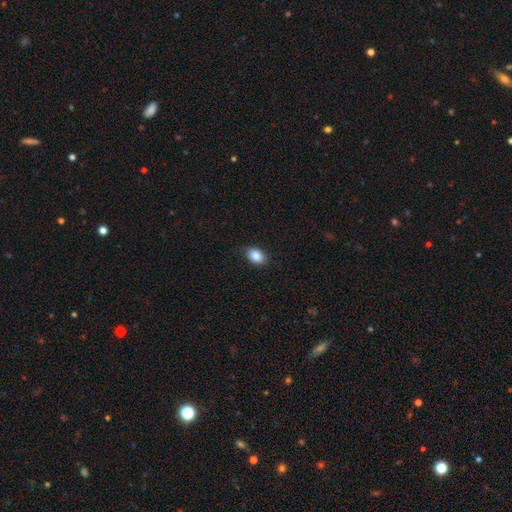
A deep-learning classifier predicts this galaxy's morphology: Smooth or featured: smooth — 87% (star or artifact — 8%)
How rounded: in between — 80% (round — 19%)
Merging: none — 85% (minor disturbance — 11%)